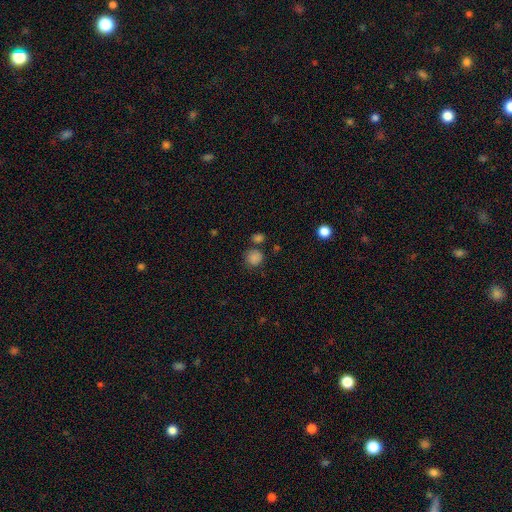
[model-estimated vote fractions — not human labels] smooth 81%, star or artifact 14%, featured or disk 5%. Down the decision tree: how rounded — round (89%); merging — none (74%).